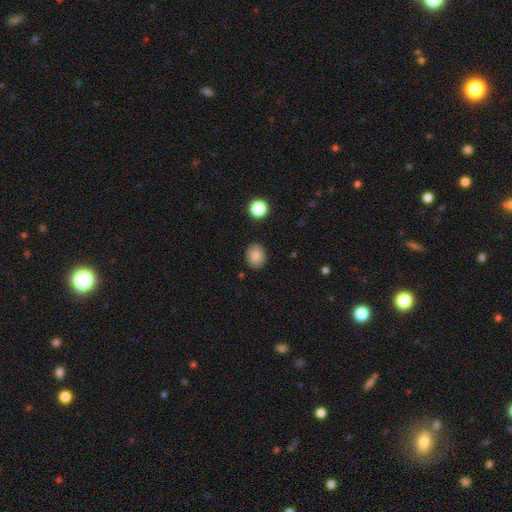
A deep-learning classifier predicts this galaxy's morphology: The model was most divided on "how rounded": round: 58%, in between: 41%, cigar-shaped: 1%. More confident: merging — none (87%); smooth or featured — smooth (83%).